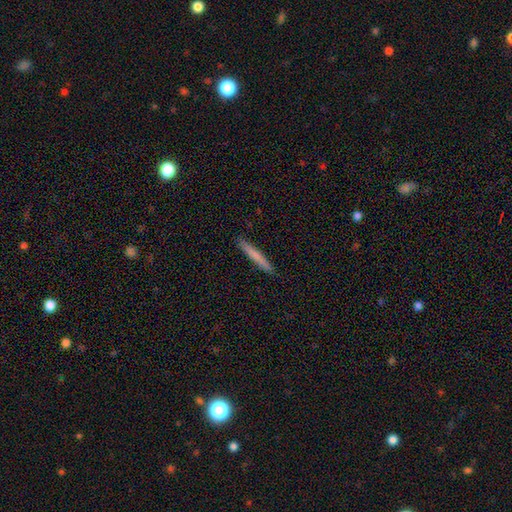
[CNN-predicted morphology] This appears to be a smooth galaxy with no disk features (72%) that is cigar-shaped (96%). Merging: none (92%).